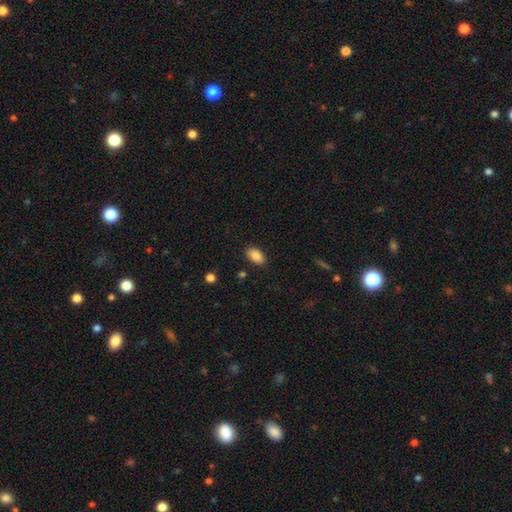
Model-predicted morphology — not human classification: This is clearly a smooth galaxy (88%). How rounded: clearly in between (93%). Merging: clearly none (88%).